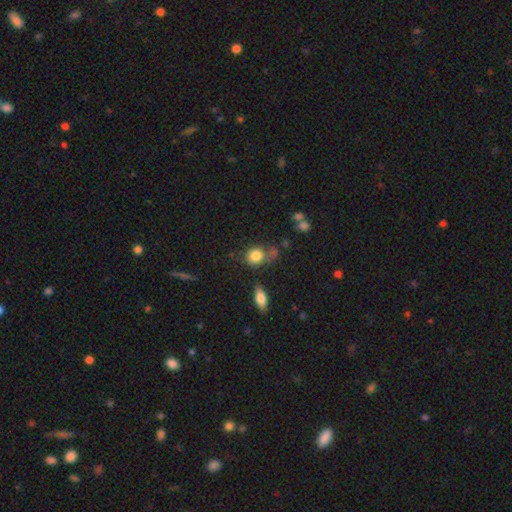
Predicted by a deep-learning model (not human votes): Smooth or featured? smooth (82%)
How rounded? round (65%)
Merging? none (60%)